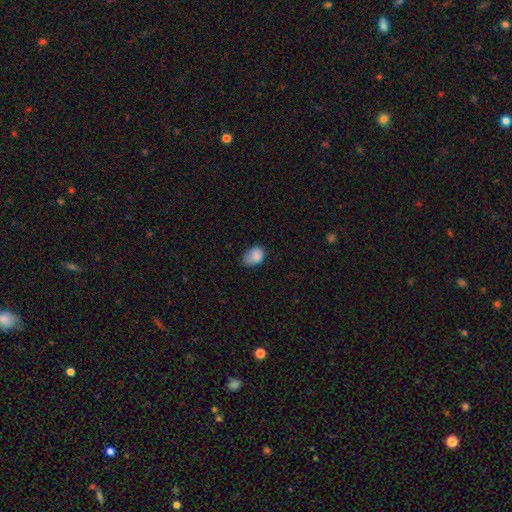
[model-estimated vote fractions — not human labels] smooth-or-featured: smooth: 84% | star or artifact: 8% | featured or disk: 7%
  how-rounded: in between: 74% | round: 24% | cigar-shaped: 1%
  merging: none: 47% | minor disturbance: 39% | major disturbance: 13% | merger: 2%